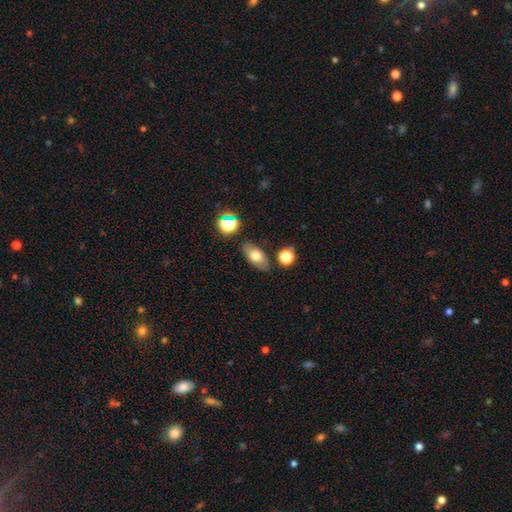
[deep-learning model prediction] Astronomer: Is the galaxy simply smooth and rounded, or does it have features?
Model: smooth — 72%.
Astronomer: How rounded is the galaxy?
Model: in between — 87%.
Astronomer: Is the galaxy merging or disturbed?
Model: none — 80%.